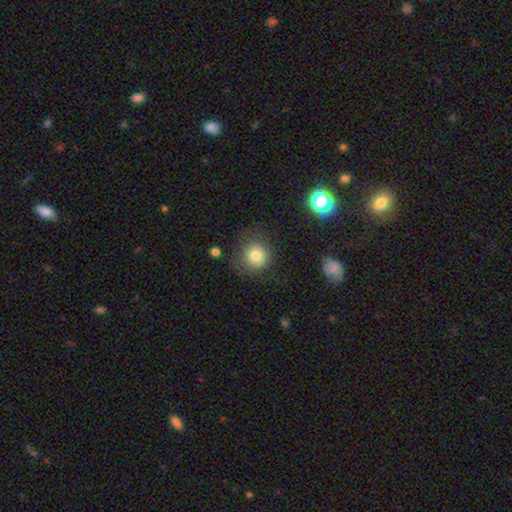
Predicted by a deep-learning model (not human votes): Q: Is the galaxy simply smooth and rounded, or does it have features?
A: smooth — 80%.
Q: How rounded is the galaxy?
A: round — 87%.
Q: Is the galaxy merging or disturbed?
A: none — 73%.